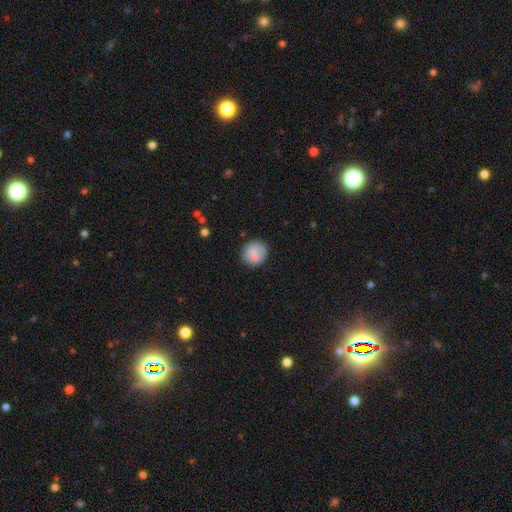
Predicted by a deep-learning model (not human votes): smooth-or-featured: smooth: 77% | featured or disk: 15% | star or artifact: 8%
  how-rounded: round: 88% | in between: 11% | cigar-shaped: 1%
  merging: none: 73% | minor disturbance: 15% | merger: 8% | major disturbance: 5%